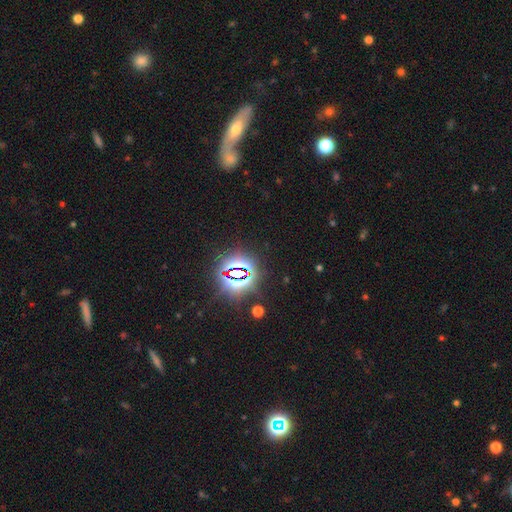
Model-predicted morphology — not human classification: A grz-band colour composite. It shows a star or artifact, not a galaxy (68%).